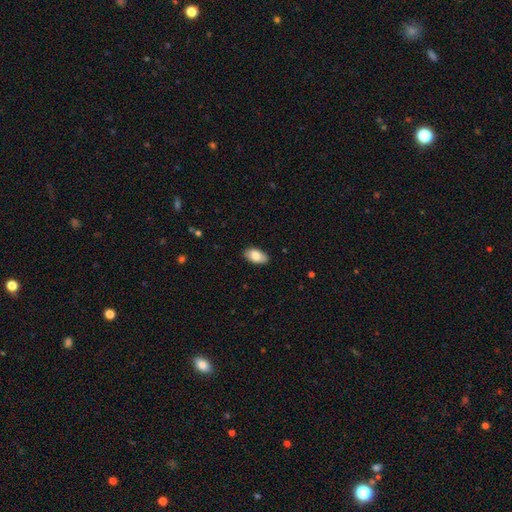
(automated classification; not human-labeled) A smooth galaxy with no disk features (83%) that is in between round and cigar-shaped (94%). Merging: none (87%).